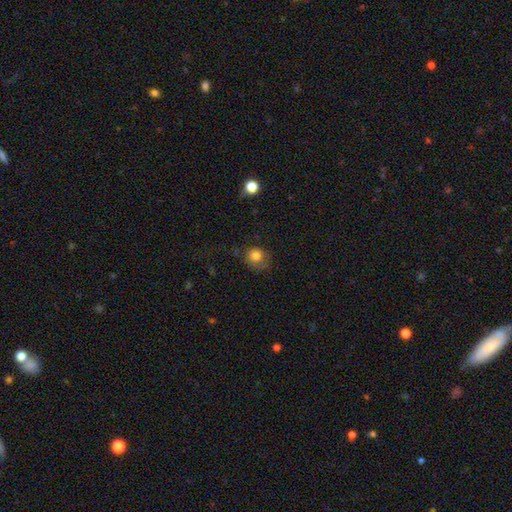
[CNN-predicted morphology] Smooth or featured? smooth (80%)
How rounded? round (80%)
Merging? none (58%)